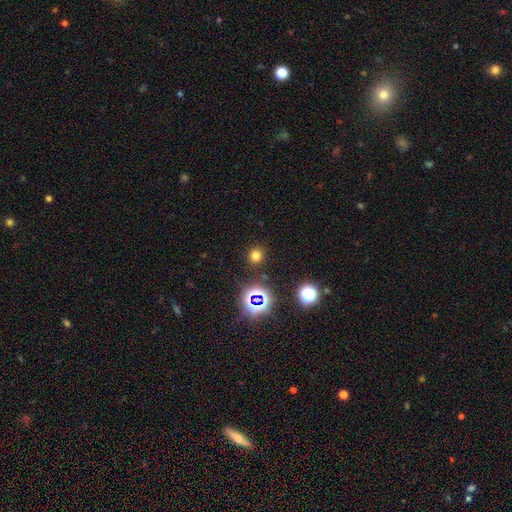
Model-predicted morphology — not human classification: smooth_or_featured: smooth (p=0.70) [alt: star or artifact p=0.24]
how_rounded: round (p=0.91) [alt: in between p=0.08]
merging: none (p=0.89) [alt: minor disturbance p=0.06]